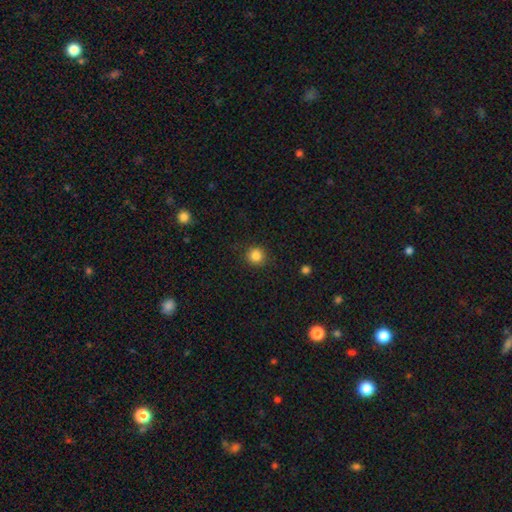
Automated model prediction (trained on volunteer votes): Smooth or featured? Predicted: smooth (p=0.85). How rounded? Predicted: round (p=0.93). Merging? Predicted: none (p=0.89).